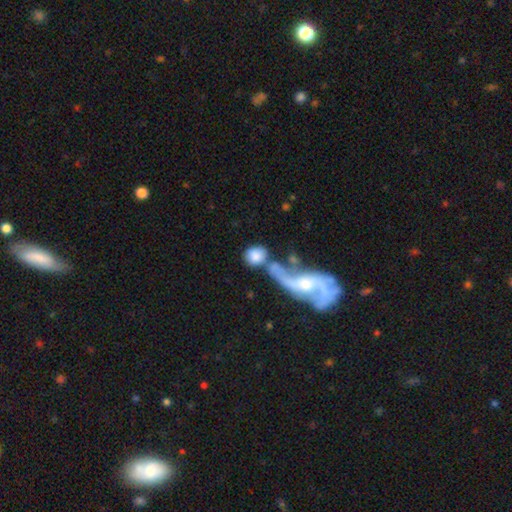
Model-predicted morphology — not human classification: A smooth galaxy with no disk features (73%) that is round (60%). Merging: merger (42%).